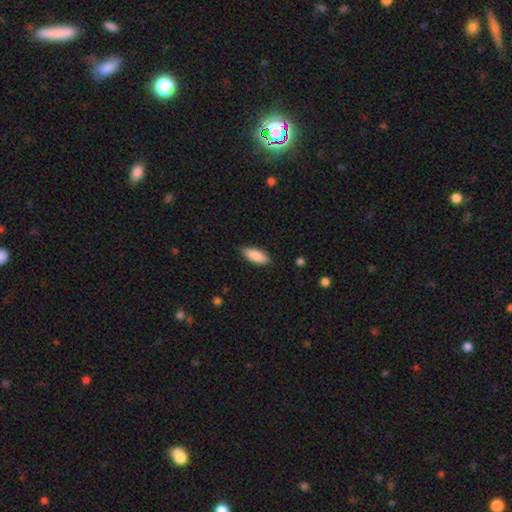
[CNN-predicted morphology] Smooth or featured? smooth (88%)
How rounded? in between (81%)
Merging? none (85%)